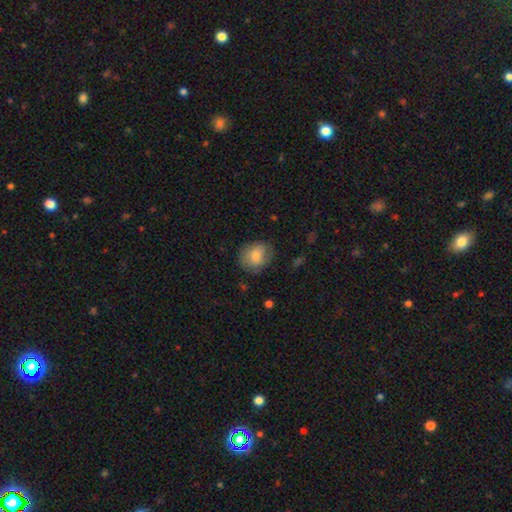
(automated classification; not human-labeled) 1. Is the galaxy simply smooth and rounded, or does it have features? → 76% smooth, 16% featured or disk, 7% star or artifact.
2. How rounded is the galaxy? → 63% round, 36% in between, 1% cigar-shaped.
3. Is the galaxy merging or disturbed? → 75% none, 19% minor disturbance, 5% major disturbance, 1% merger.